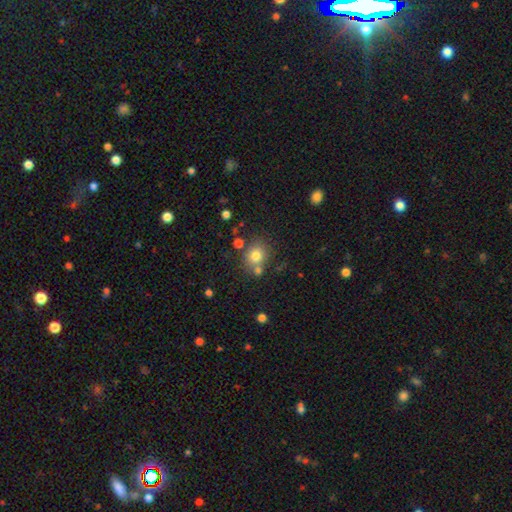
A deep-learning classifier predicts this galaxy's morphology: This is likely a smooth galaxy (77%). How rounded: likely round (74%). Merging: likely none (67%).